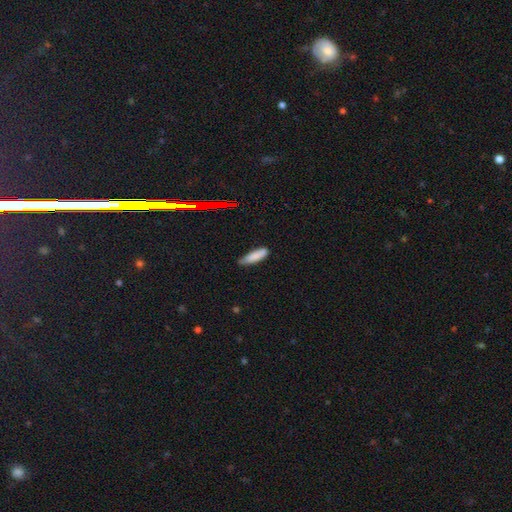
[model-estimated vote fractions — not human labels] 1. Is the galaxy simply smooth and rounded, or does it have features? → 85% smooth, 8% featured or disk, 7% star or artifact.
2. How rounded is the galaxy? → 60% cigar-shaped, 38% in between, 2% round.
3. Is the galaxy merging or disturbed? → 65% none, 29% minor disturbance, 4% major disturbance, 2% merger.